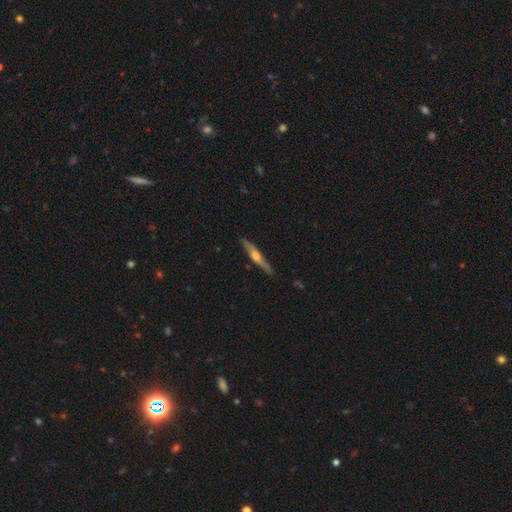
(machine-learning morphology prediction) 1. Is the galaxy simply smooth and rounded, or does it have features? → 60% featured or disk, 35% smooth, 5% star or artifact.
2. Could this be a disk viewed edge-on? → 94% yes, 6% no.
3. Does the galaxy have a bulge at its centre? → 80% rounded, 11% boxy, 9% none.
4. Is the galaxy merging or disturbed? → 86% none, 11% minor disturbance, 2% major disturbance, 1% merger.